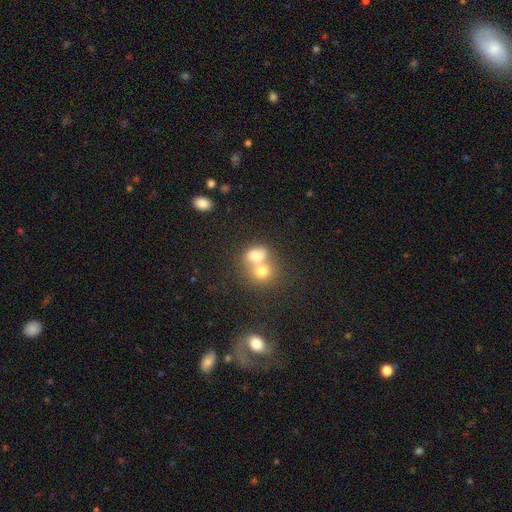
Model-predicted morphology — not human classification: Smooth or featured?
  - smooth: 70% *
  - featured or disk: 18%
  - star or artifact: 12%
How rounded?
  - round: 52% *
  - in between: 46%
  - cigar-shaped: 1%
Merging?
  - merger: 68% *
  - none: 22%
  - minor disturbance: 6%
  - major disturbance: 4%